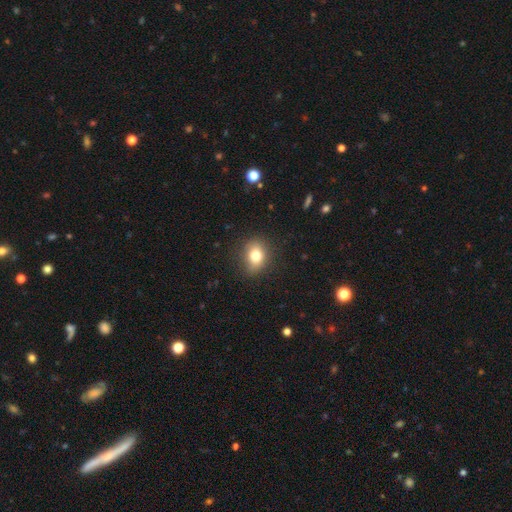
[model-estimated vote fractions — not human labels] Smooth or featured?
  - smooth: 77% *
  - featured or disk: 12%
  - star or artifact: 11%
How rounded?
  - in between: 56% *
  - round: 42%
  - cigar-shaped: 2%
Merging?
  - none: 82% *
  - minor disturbance: 13%
  - major disturbance: 4%
  - merger: 1%